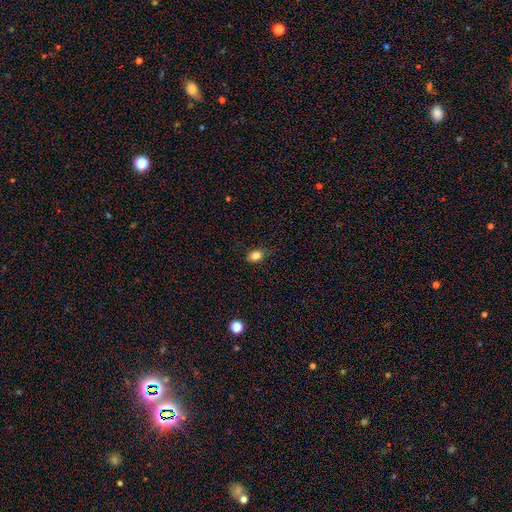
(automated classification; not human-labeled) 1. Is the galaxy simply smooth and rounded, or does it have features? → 83% smooth, 11% star or artifact, 6% featured or disk.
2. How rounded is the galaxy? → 69% in between, 30% round, 2% cigar-shaped.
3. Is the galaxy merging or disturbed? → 76% none, 19% minor disturbance, 4% major disturbance, 1% merger.